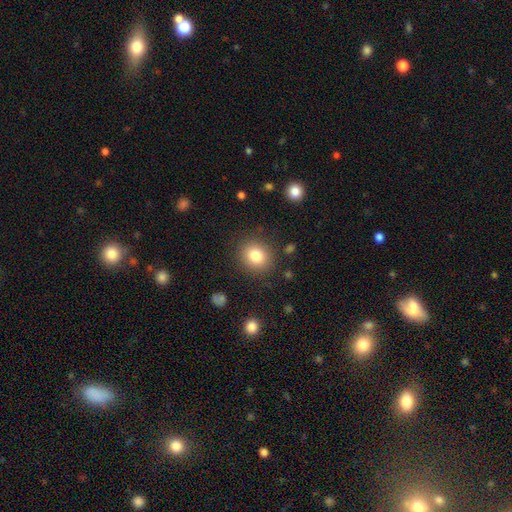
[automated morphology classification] A smooth galaxy with no disk features (80%) that is round (76%).

Vote fractions:
- Smooth or featured? smooth: 80% / star or artifact: 11% / featured or disk: 9%
- How rounded? round: 76% / in between: 23% / cigar-shaped: 1%
- Merging? none: 87% / minor disturbance: 8% / major disturbance: 4% / merger: 2%